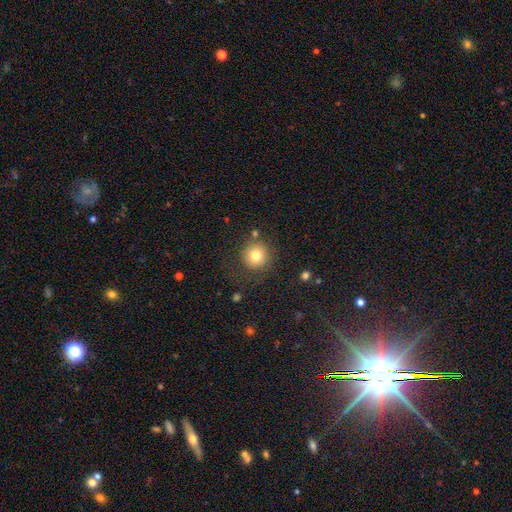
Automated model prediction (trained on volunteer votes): smooth-or-featured: smooth: 78% | star or artifact: 12% | featured or disk: 11%
  how-rounded: round: 93% | in between: 6% | cigar-shaped: 1%
  merging: none: 79% | minor disturbance: 11% | major disturbance: 6% | merger: 4%